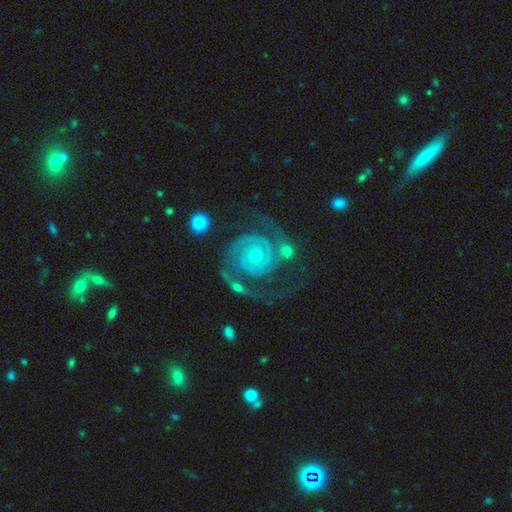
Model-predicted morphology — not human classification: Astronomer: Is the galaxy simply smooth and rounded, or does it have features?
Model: featured or disk — 92%.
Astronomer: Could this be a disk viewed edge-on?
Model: no — 98%.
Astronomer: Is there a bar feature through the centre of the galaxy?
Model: no — 78%.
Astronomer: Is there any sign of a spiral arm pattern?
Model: yes — 98%.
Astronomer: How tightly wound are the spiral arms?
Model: tight — 58% (runner-up: medium, 35%).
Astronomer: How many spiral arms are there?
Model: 2 — 89%.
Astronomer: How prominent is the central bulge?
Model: small — 76%.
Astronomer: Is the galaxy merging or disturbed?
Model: none — 69%.